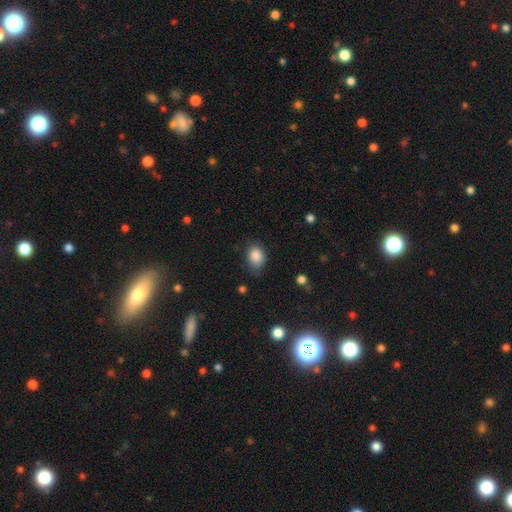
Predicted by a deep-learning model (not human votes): This is clearly a smooth galaxy (86%). How rounded: likely in between (66%). Merging: likely none (68%).